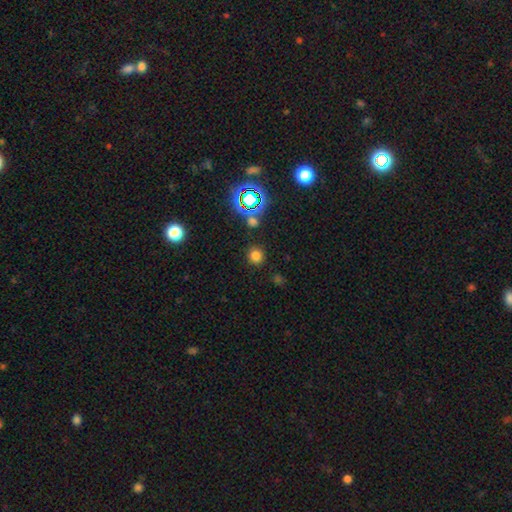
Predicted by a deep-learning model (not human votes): Smooth or featured: smooth — 74% (star or artifact — 20%)
How rounded: round — 89% (in between — 10%)
Merging: none — 86% (minor disturbance — 7%)